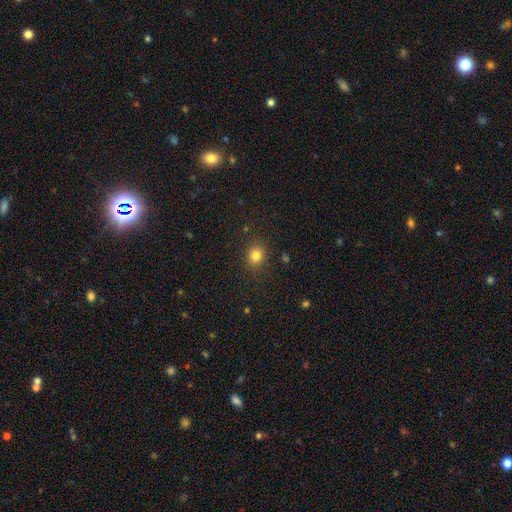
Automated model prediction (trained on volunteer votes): Overall: smooth (81%). How rounded: round (72%). Merging: none (87%).